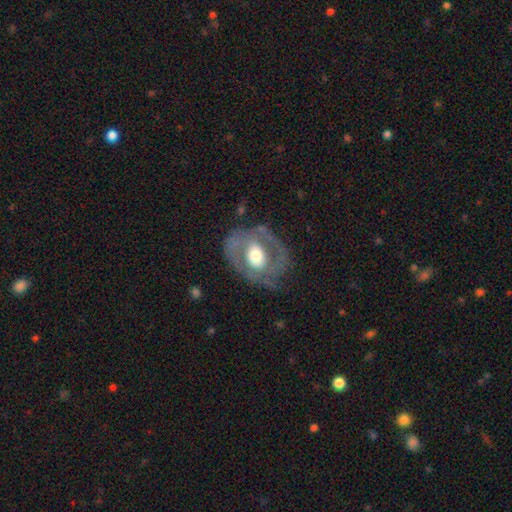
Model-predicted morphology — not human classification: smooth_or_featured: featured or disk (p=0.64) [alt: smooth p=0.30]
disk_edge_on: no (p=0.95) [alt: yes p=0.05]
bar: no (p=0.61) [alt: weak p=0.26]
has_spiral_arms: no (p=0.57) [alt: yes p=0.43]
bulge_size: moderate (p=0.57) [alt: large p=0.32]
merging: none (p=0.61) [alt: minor disturbance p=0.21]